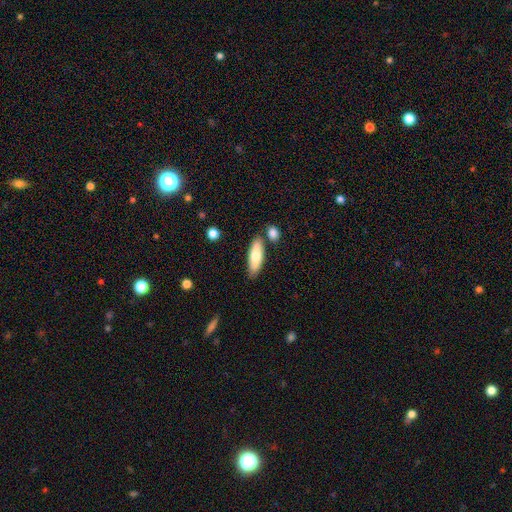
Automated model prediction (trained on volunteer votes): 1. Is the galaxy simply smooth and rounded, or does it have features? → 74% smooth, 21% featured or disk, 6% star or artifact.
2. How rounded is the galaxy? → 57% in between, 41% cigar-shaped, 2% round.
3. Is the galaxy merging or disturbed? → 74% none, 13% minor disturbance, 10% merger, 3% major disturbance.